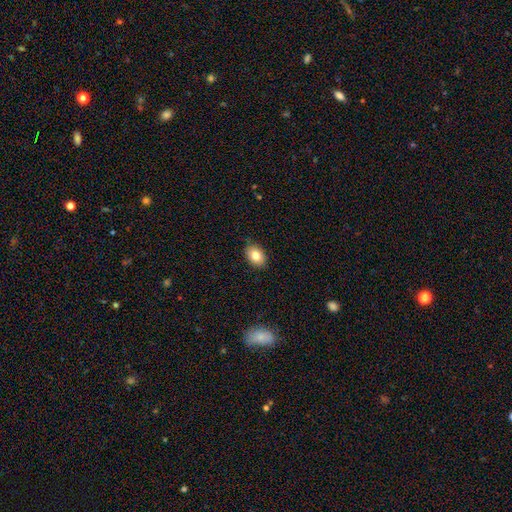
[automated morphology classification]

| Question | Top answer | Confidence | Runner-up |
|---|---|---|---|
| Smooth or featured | smooth | 81% | featured or disk (10%) |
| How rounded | in between | 78% | round (21%) |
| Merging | none | 87% | minor disturbance (10%) |